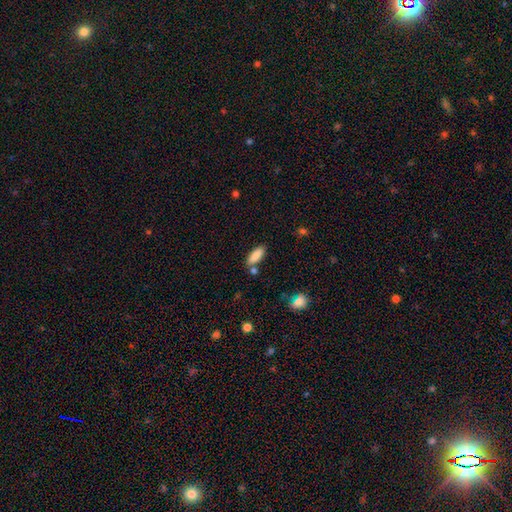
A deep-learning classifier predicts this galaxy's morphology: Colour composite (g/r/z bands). It shows a smooth galaxy with no disk features (87%) that is in between round and cigar-shaped (70%). Merging: none (74%).